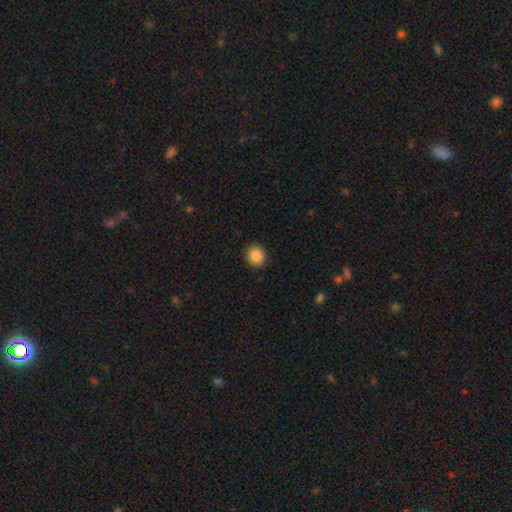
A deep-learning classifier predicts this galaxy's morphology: The model was most divided on "how rounded": round: 82%, in between: 17%, cigar-shaped: 1%. More confident: merging — none (91%); smooth or featured — smooth (87%).